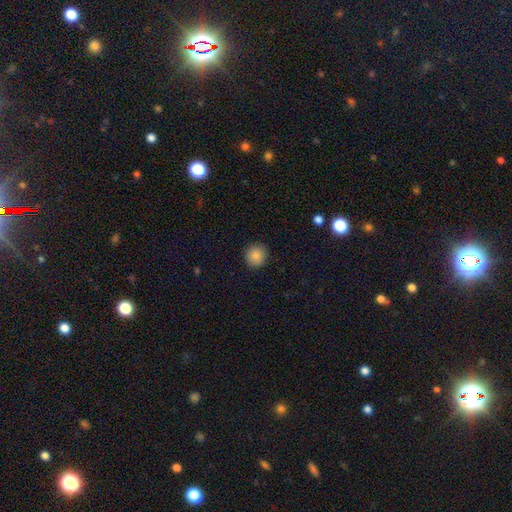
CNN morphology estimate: Smooth or featured? smooth (85%)
How rounded? round (93%)
Merging? none (91%)